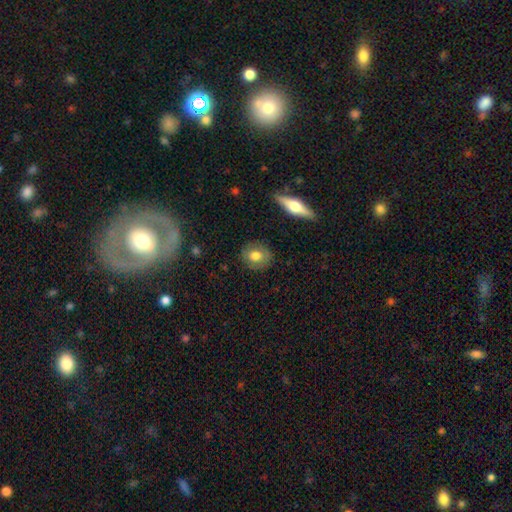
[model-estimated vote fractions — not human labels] A smooth galaxy with no disk features (71%) that is round (67%). Merging: none (85%).